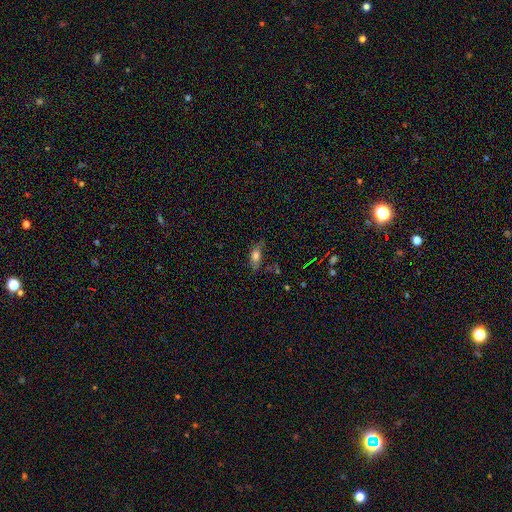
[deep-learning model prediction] This is likely a smooth galaxy (69%). How rounded: likely in between (77%). Merging: possibly none (58%).